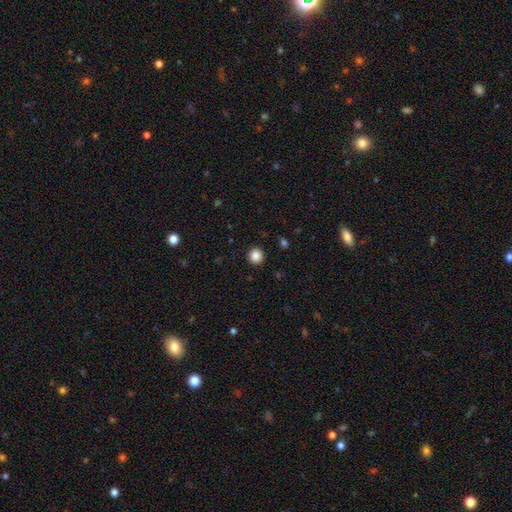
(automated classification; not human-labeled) This is clearly a smooth galaxy (87%). How rounded: clearly round (93%). Merging: clearly none (92%).